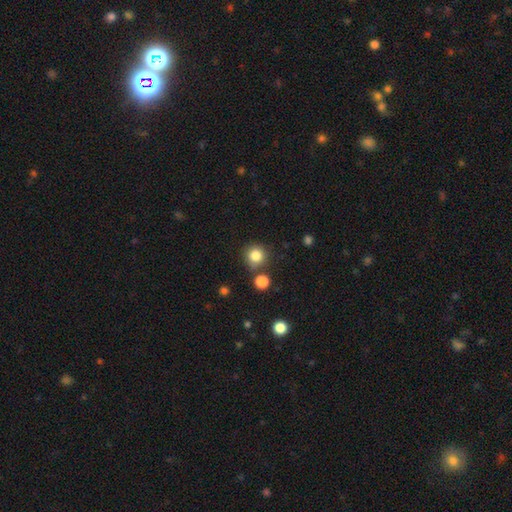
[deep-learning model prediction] The model was most divided on "merging": none: 77%, merger: 10%, minor disturbance: 10%, major disturbance: 3%. More confident: how rounded — round (93%); smooth or featured — smooth (83%).